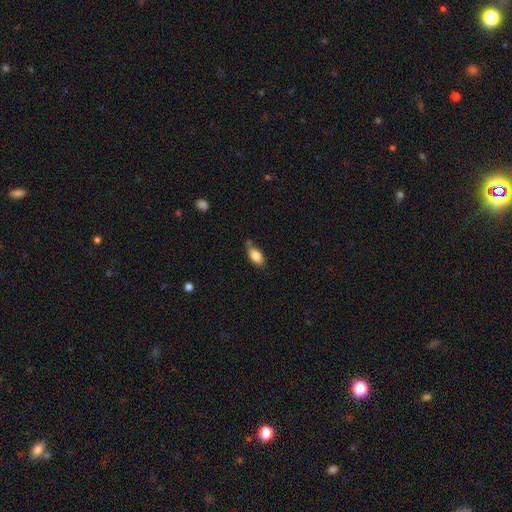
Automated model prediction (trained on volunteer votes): A smooth galaxy with no disk features (84%) that is in between round and cigar-shaped (90%).

Vote fractions:
- Smooth or featured? smooth: 84% / featured or disk: 9% / star or artifact: 7%
- How rounded? in between: 90% / cigar-shaped: 7% / round: 3%
- Merging? none: 68% / minor disturbance: 21% / merger: 8% / major disturbance: 4%